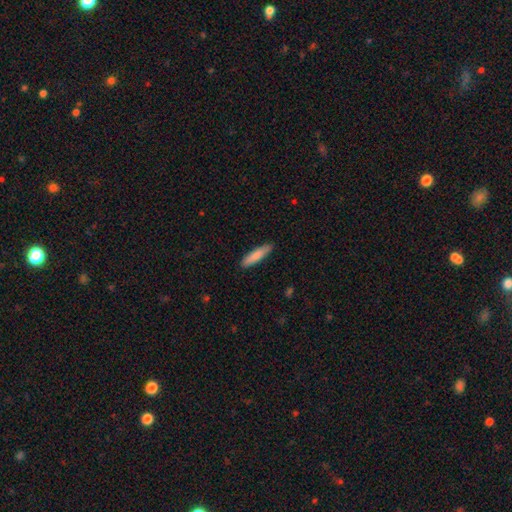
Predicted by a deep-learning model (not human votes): This appears to be a smooth galaxy with no disk features (83%) that is cigar-shaped (80%). Merging: none (85%).